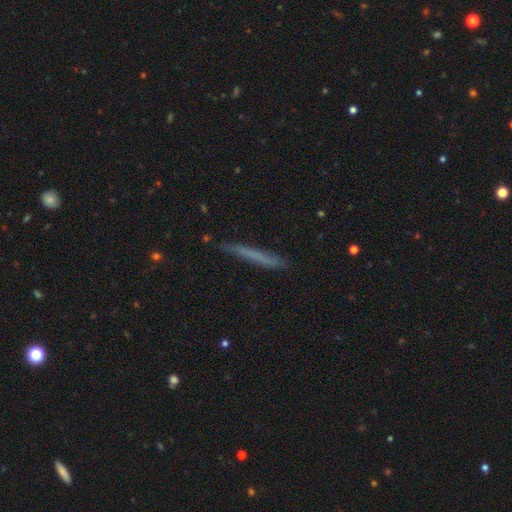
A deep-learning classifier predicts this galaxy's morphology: A smooth galaxy with no disk features (61%) that is cigar-shaped (97%).

Vote fractions:
- Smooth or featured? smooth: 61% / featured or disk: 31% / star or artifact: 7%
- How rounded? cigar-shaped: 97% / in between: 2% / round: 1%
- Merging? none: 85% / minor disturbance: 12% / major disturbance: 2% / merger: 1%